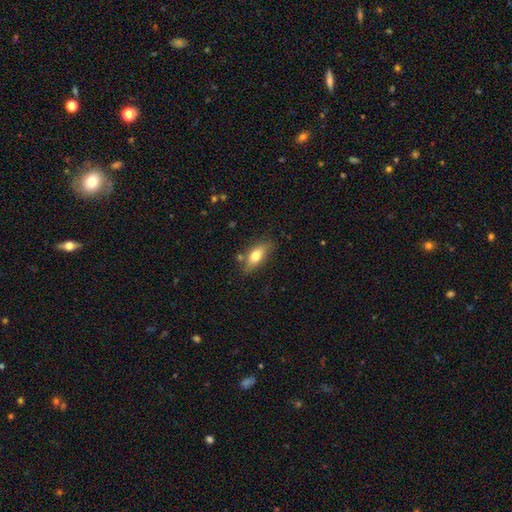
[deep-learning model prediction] smooth 70%, featured or disk 23%, star or artifact 7%. Down the decision tree: how rounded — in between (78%); merging — none (72%).